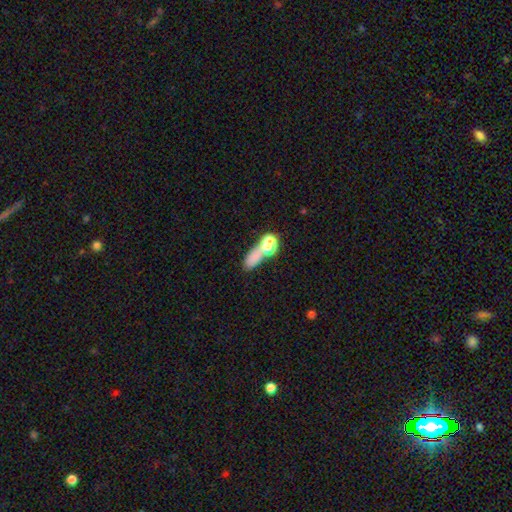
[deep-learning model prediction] Morphology: type=smooth (65%); roundness=in between (60%); merging=none (40%).